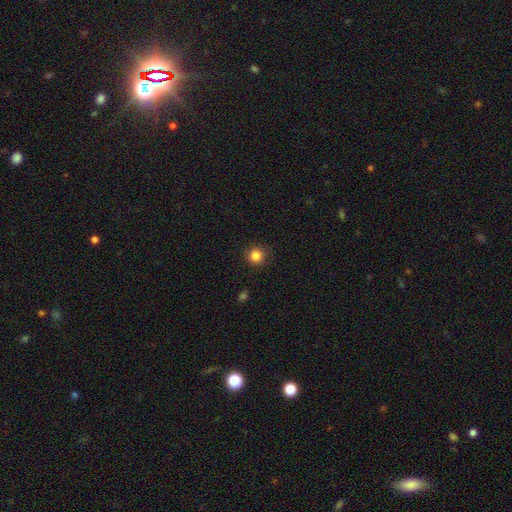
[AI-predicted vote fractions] The model was most divided on "smooth or featured": smooth: 84%, star or artifact: 12%, featured or disk: 4%. More confident: how rounded — round (94%); merging — none (91%).